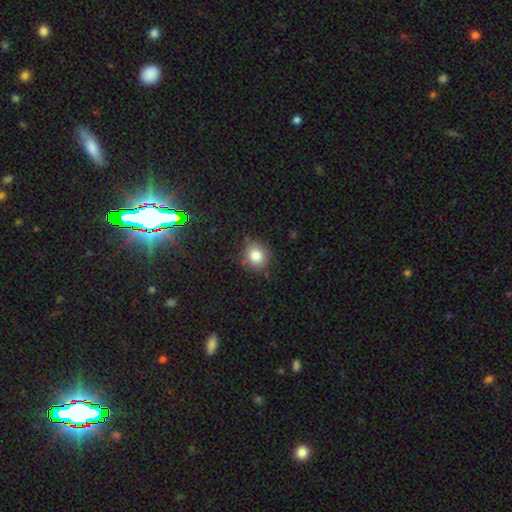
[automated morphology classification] The model was most divided on "smooth or featured": smooth: 81%, star or artifact: 12%, featured or disk: 7%. More confident: how rounded — round (85%); merging — none (84%).